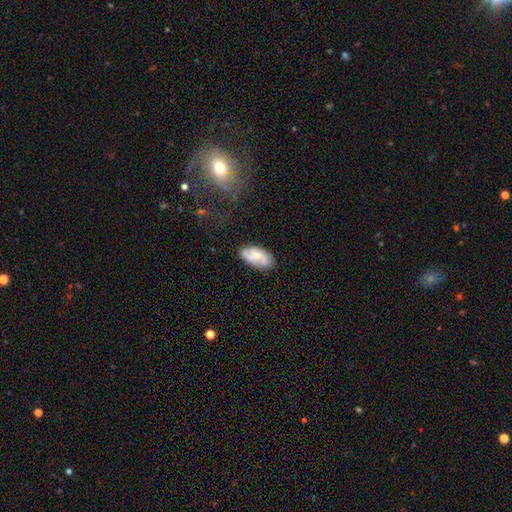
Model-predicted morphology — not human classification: A smooth galaxy with no disk features (47%). Merging: none (74%).